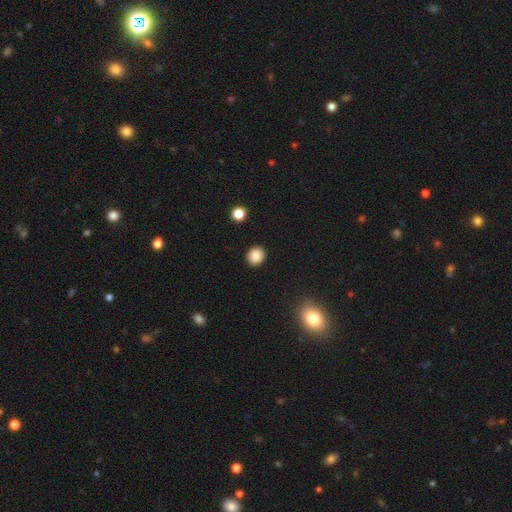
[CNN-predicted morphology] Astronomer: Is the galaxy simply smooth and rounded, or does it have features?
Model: smooth — 87%.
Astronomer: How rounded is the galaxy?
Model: round — 78%.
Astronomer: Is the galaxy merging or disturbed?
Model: none — 91%.